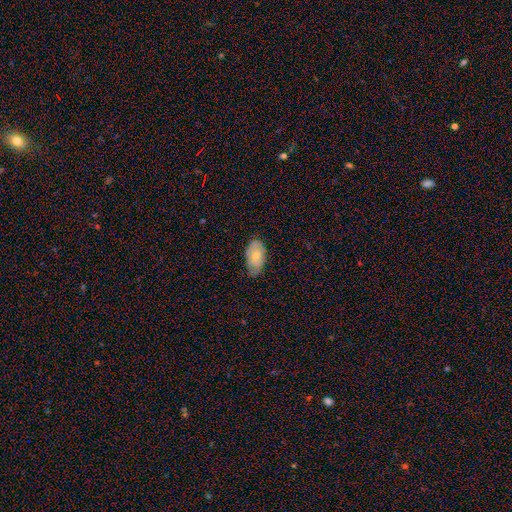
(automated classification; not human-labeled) The model was most divided on "smooth or featured": smooth: 64%, featured or disk: 30%, star or artifact: 6%. More confident: how rounded — in between (94%); merging — none (65%).